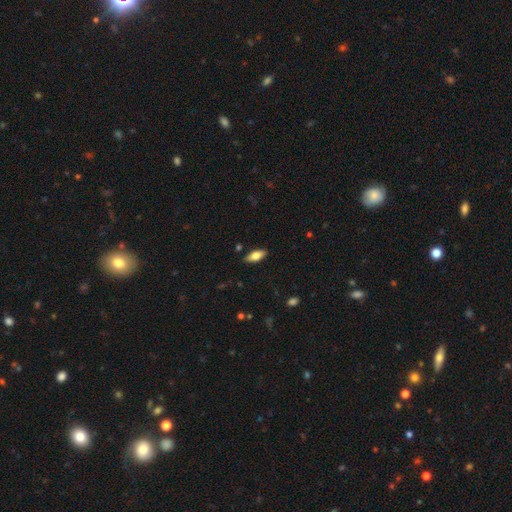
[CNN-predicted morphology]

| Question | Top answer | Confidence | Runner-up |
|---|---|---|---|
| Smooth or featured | smooth | 70% | featured or disk (24%) |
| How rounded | in between | 79% | cigar-shaped (19%) |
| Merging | none | 87% | minor disturbance (9%) |